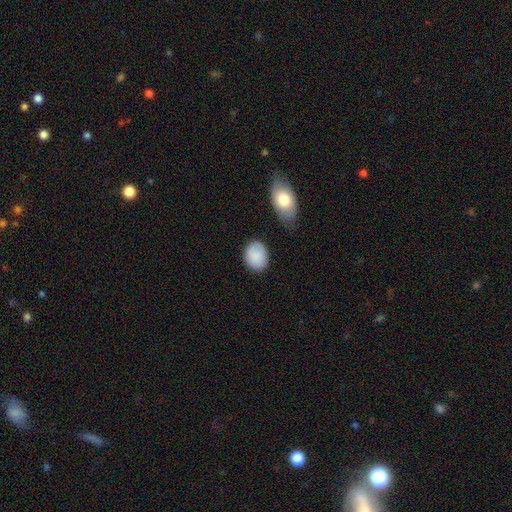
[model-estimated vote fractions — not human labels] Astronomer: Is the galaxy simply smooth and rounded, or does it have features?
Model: smooth — 89%.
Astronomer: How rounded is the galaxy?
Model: in between — 60% (runner-up: round, 39%).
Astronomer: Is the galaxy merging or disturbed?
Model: none — 78%.